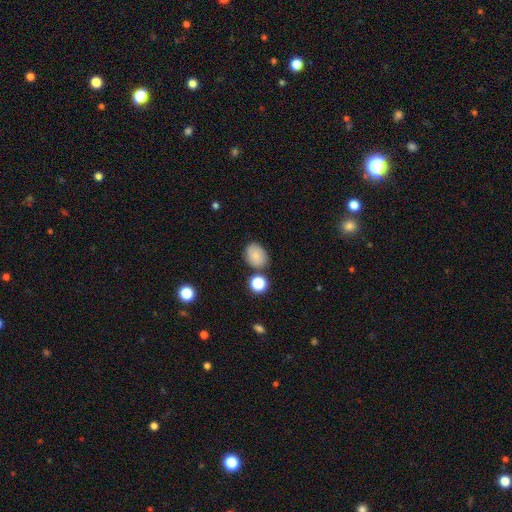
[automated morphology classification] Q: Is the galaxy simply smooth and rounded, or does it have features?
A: smooth — 81%.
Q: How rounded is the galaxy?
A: in between — 65%.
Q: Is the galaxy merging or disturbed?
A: none — 76%.